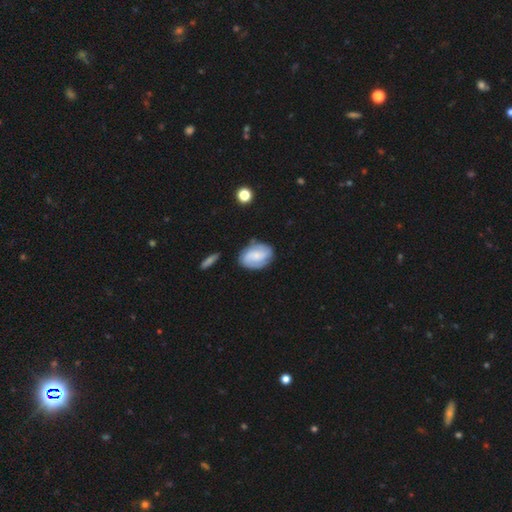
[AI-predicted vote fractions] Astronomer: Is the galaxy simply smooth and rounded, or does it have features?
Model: featured or disk — 60%.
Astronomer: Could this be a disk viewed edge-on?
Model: no — 97%.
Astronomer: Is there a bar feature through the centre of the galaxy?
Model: no — 60%.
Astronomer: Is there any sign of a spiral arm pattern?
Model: yes — 90%.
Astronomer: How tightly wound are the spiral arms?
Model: tight — 44% (runner-up: medium, 40%).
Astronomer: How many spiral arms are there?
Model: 2 — 45% (runner-up: can't tell, 24%).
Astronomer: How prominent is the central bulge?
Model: small — 58%.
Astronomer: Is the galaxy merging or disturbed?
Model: none — 72%.